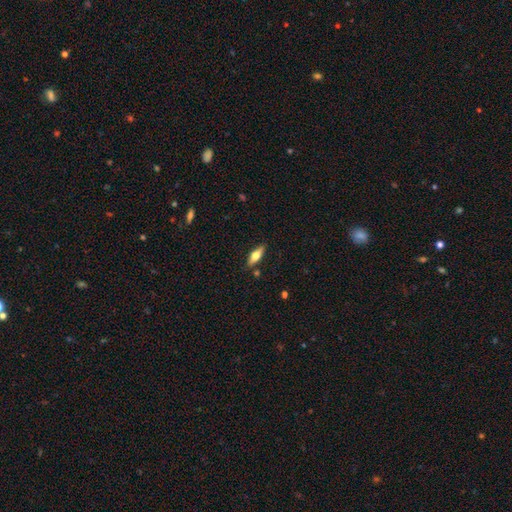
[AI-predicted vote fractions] smooth_or_featured: smooth (p=0.51) [alt: featured or disk p=0.42]
how_rounded: in between (p=0.57) [alt: cigar-shaped p=0.40]
merging: none (p=0.85) [alt: minor disturbance p=0.10]